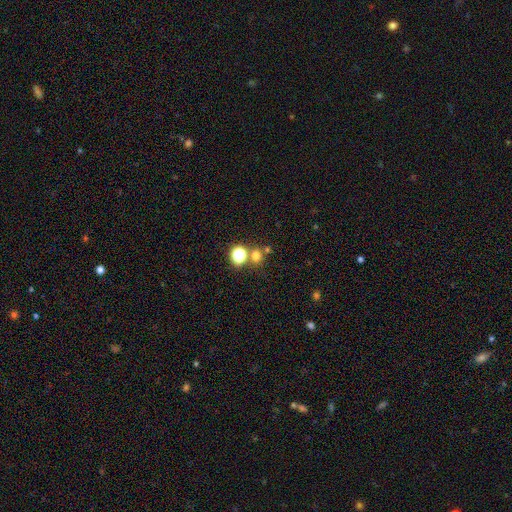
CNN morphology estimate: Q: Smooth or featured?
A: smooth (66%); runner-up: star or artifact (27%)
Q: How rounded?
A: round (86%); runner-up: in between (13%)
Q: Merging?
A: none (68%); runner-up: merger (21%)